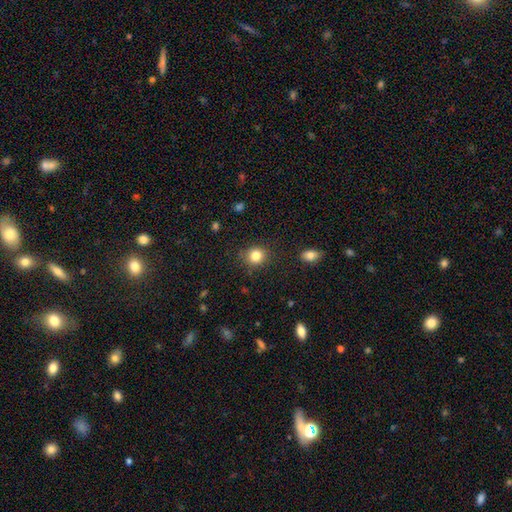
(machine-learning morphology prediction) Smooth or featured? Predicted: smooth (p=0.83). How rounded? Predicted: round (p=0.81). Merging? Predicted: none (p=0.84).